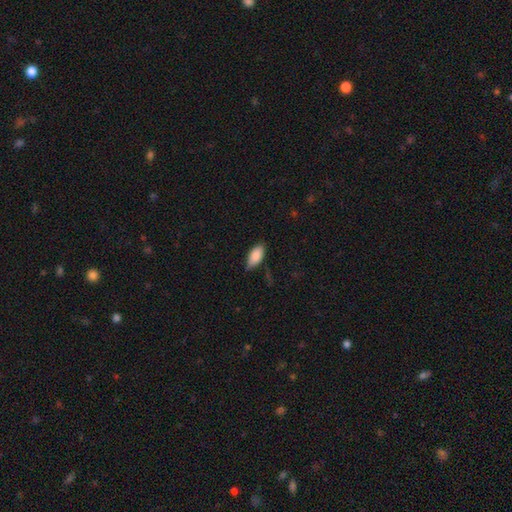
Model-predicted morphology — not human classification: smooth_or_featured: smooth (p=0.87) [alt: featured or disk p=0.07]
how_rounded: in between (p=0.90) [alt: cigar-shaped p=0.08]
merging: none (p=0.76) [alt: minor disturbance p=0.20]